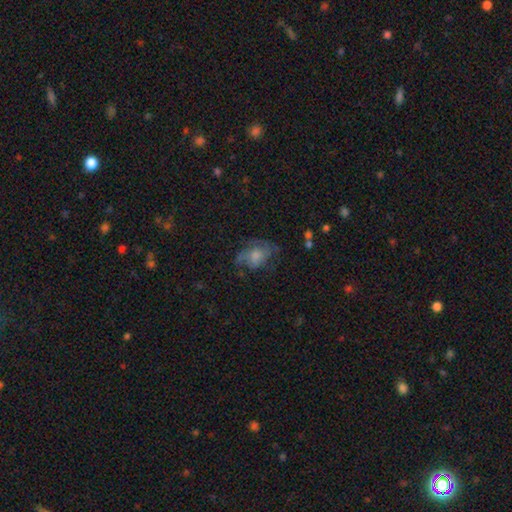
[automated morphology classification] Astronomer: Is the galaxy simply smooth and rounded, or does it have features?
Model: smooth — 46% (runner-up: featured or disk, 44%).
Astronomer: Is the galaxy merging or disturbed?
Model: none — 44% (runner-up: major disturbance, 28%).